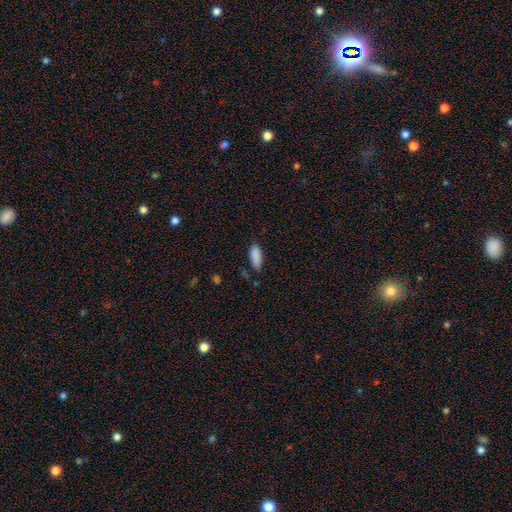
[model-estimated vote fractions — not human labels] The model was most divided on "merging": none: 75%, minor disturbance: 20%, major disturbance: 4%, merger: 2%. More confident: smooth or featured — smooth (89%); how rounded — in between (78%).